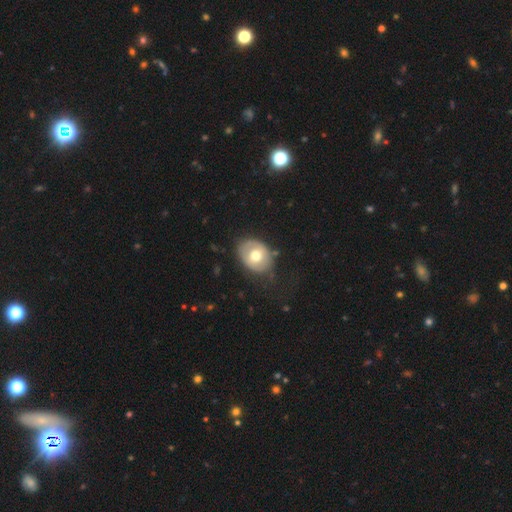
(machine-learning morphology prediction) Overall: smooth (57%; featured or disk 36%). How rounded: in between (55%; round 44%). Merging: none (69%).